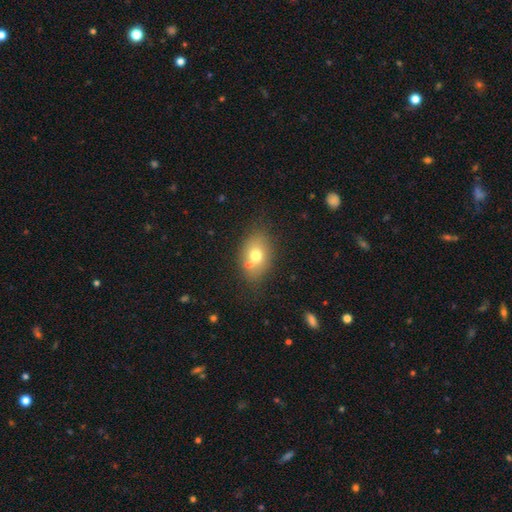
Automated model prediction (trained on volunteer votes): Overall: smooth (68%). How rounded: in between (73%). Merging: none (60%).